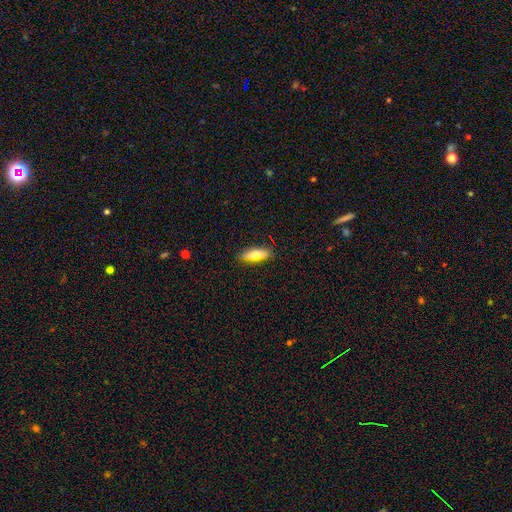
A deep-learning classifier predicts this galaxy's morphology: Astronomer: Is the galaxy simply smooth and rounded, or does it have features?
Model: smooth — 68%.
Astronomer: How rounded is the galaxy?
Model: cigar-shaped — 51% (runner-up: in between, 46%).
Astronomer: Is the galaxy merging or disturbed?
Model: none — 88%.